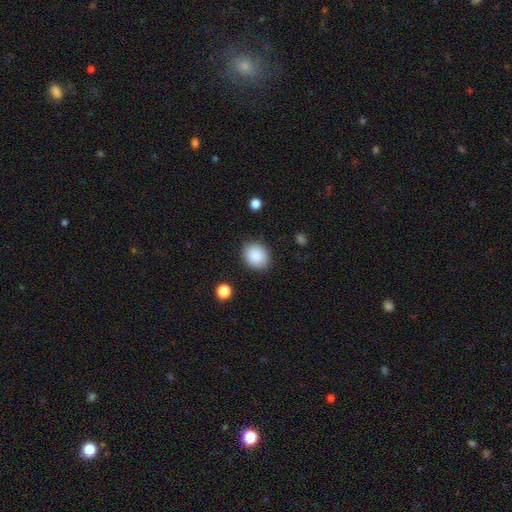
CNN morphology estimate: smooth 88%, star or artifact 8%, featured or disk 4%. Down the decision tree: how rounded — round (54%); merging — none (87%).